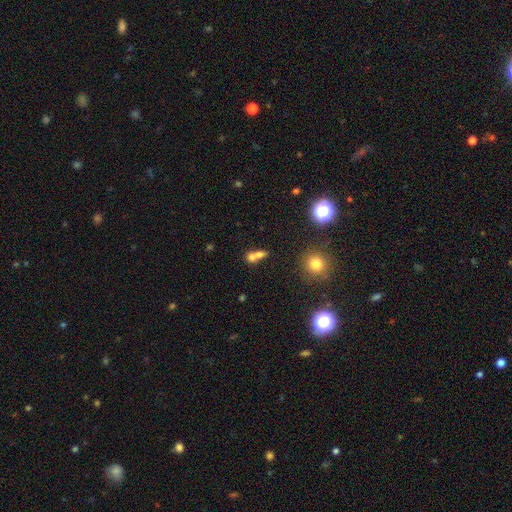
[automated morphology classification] Smooth or featured? smooth (70%)
How rounded? in between (47%, tied with round)
Merging? merger (63%)